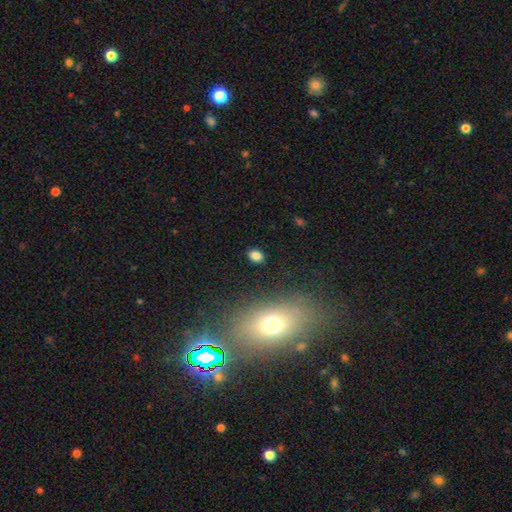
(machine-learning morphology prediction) type=smooth (82%); roundness=in between (72%); merging=none (86%).